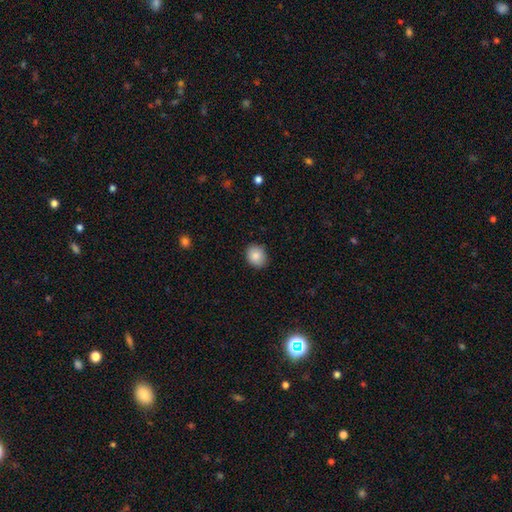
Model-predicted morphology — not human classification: This is clearly a smooth galaxy (87%). How rounded: likely round (61%). Merging: clearly none (87%).